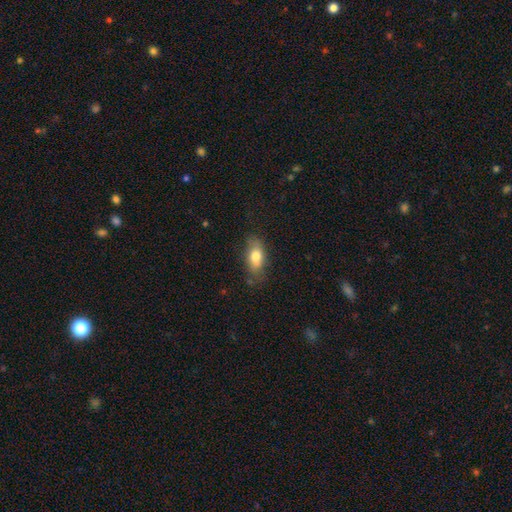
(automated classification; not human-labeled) This appears to be a smooth galaxy with no disk features (73%) that is in between round and cigar-shaped (81%). Merging: none (70%).